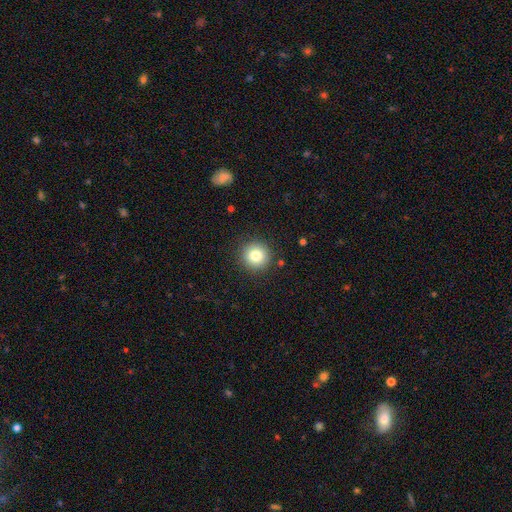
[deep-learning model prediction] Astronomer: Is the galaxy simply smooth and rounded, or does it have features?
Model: smooth — 80%.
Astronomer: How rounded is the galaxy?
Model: round — 95%.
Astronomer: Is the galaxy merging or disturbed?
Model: none — 90%.